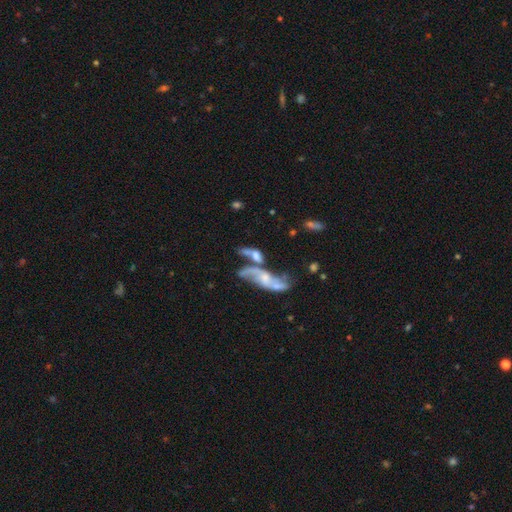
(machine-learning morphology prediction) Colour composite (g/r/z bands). It shows a featured or disk galaxy (55%). Merging: merger (57%).